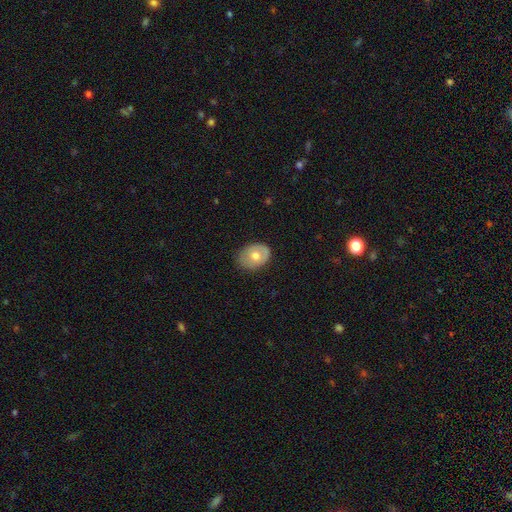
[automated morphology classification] Smooth or featured?
  - smooth: 61% *
  - featured or disk: 32%
  - star or artifact: 7%
How rounded?
  - in between: 63% *
  - round: 36%
  - cigar-shaped: 1%
Merging?
  - none: 66% *
  - minor disturbance: 26%
  - major disturbance: 7%
  - merger: 1%